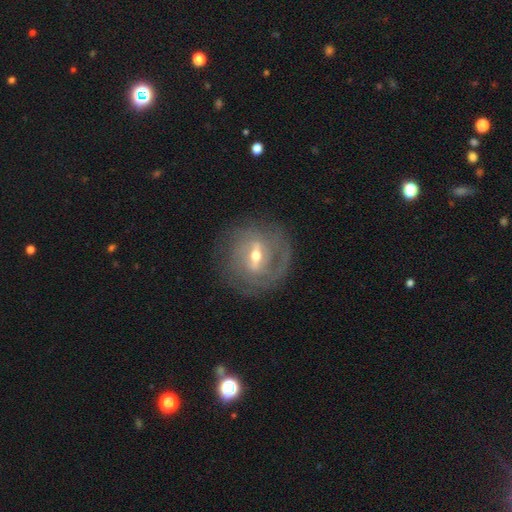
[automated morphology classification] featured or disk 78%, smooth 14%, star or artifact 8%. Down the decision tree: edge-on disk — no (91%); bar — strong (46%); spiral arms — yes (77%); spiral arm count — 2 (43%); spiral winding — tight (59%); bulge size — moderate (53%); merging — none (78%).